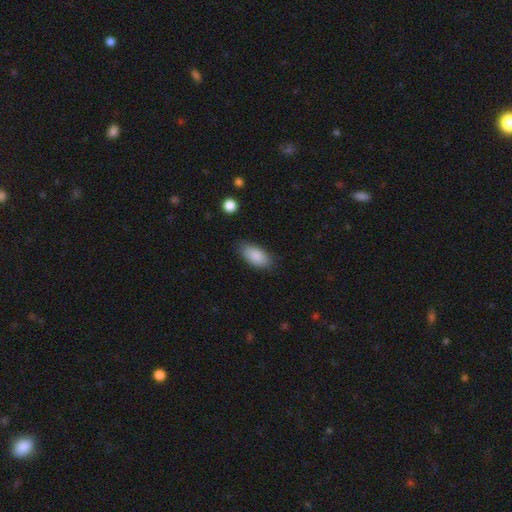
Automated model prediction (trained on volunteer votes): This appears to be a smooth galaxy with no disk features (88%) that is in between round and cigar-shaped (91%). Merging: none (83%).